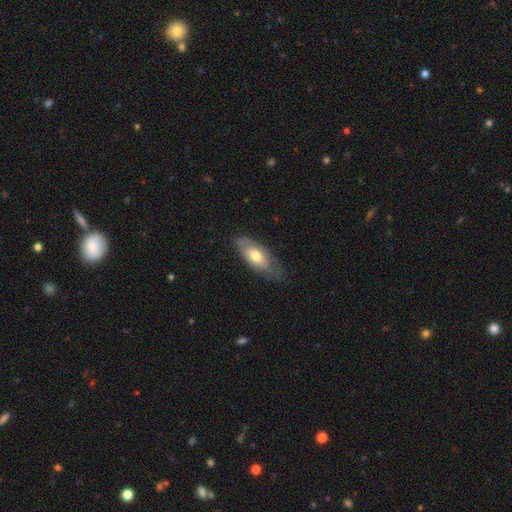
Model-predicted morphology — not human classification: smooth-or-featured: smooth: 62% | featured or disk: 33% | star or artifact: 6%
  how-rounded: in between: 85% | cigar-shaped: 13% | round: 3%
  merging: none: 63% | minor disturbance: 28% | major disturbance: 8% | merger: 1%